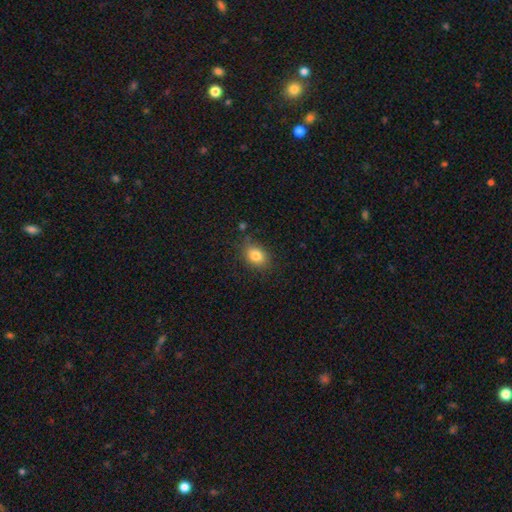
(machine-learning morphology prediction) A smooth galaxy with no disk features (83%) that is in between round and cigar-shaped (70%).

Vote fractions:
- Smooth or featured? smooth: 83% / star or artifact: 10% / featured or disk: 8%
- How rounded? in between: 70% / round: 29% / cigar-shaped: 1%
- Merging? none: 82% / minor disturbance: 13% / major disturbance: 3% / merger: 2%